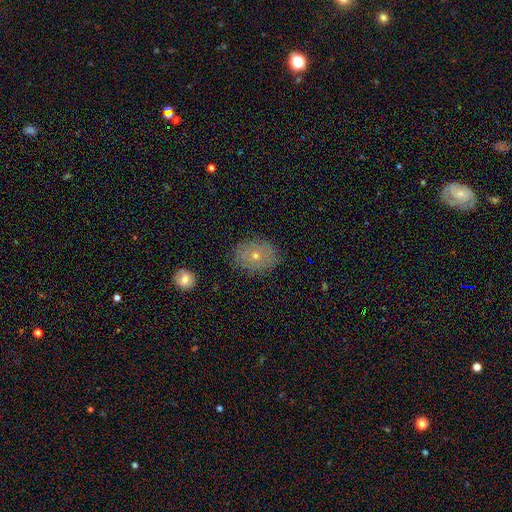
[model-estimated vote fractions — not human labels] smooth 58%, featured or disk 30%, star or artifact 12%. Down the decision tree: how rounded — in between (57%); merging — none (82%).